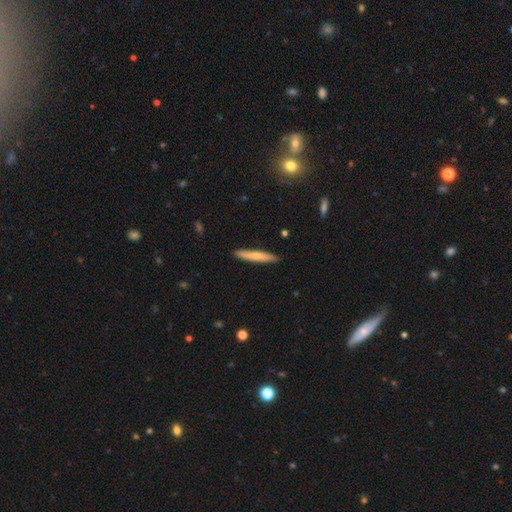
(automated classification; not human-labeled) Smooth or featured? Predicted: smooth (p=0.69). How rounded? Predicted: cigar-shaped (p=0.94). Merging? Predicted: none (p=0.91).